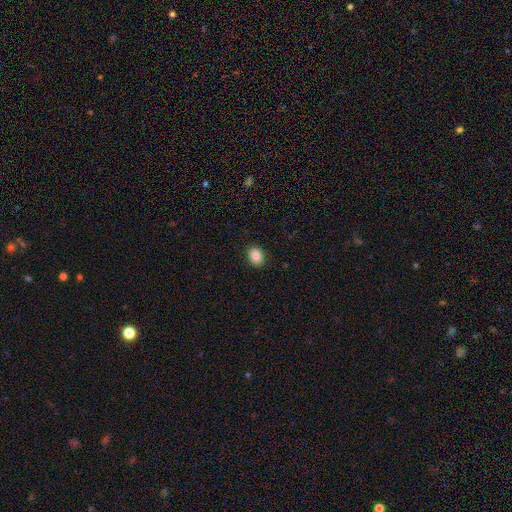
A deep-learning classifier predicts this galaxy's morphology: The model was most divided on "how rounded": in between: 57%, round: 42%, cigar-shaped: 1%. More confident: merging — none (90%); smooth or featured — smooth (86%).